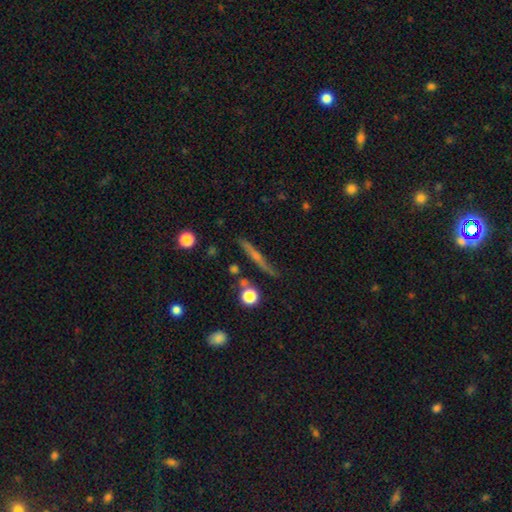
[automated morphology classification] Smooth or featured? Predicted: featured or disk (p=0.61). Edge-on disk? Predicted: yes (p=0.95). Edge-on bulge? Predicted: rounded (p=0.59). Merging? Predicted: none (p=0.83).